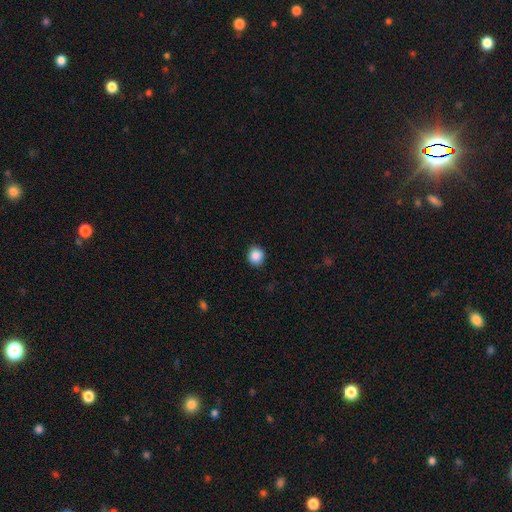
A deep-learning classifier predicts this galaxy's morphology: A smooth galaxy with no disk features (88%) that is round (85%). Merging: none (91%).